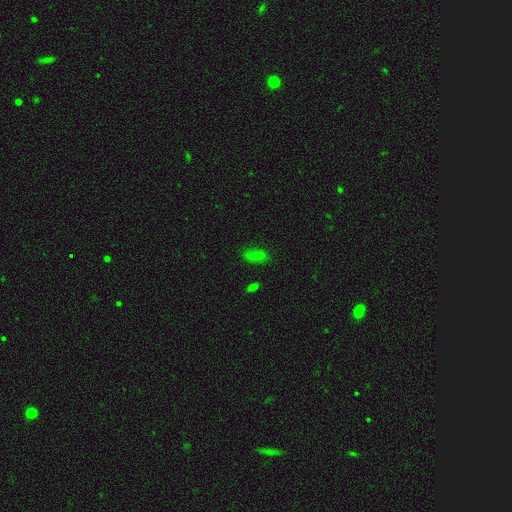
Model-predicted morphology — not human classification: Overall: smooth (70%). How rounded: in between (89%). Merging: none (76%).